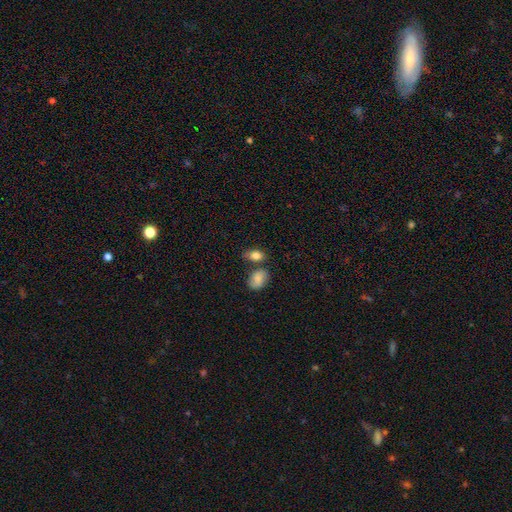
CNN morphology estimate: Smooth or featured?
  - smooth: 81% *
  - featured or disk: 10%
  - star or artifact: 8%
How rounded?
  - in between: 82% *
  - round: 15%
  - cigar-shaped: 3%
Merging?
  - none: 59% *
  - merger: 20%
  - minor disturbance: 17%
  - major disturbance: 5%